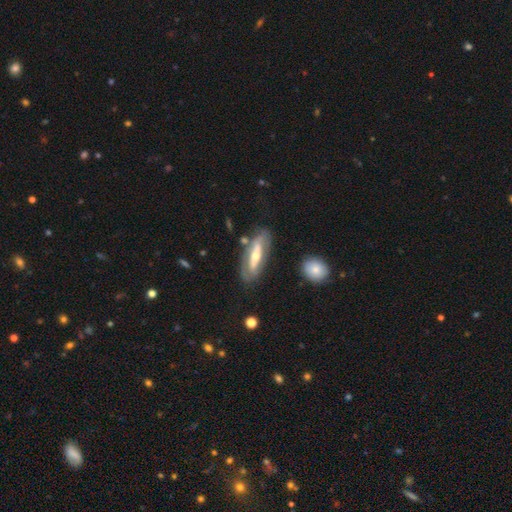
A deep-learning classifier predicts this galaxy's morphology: The model was most divided on "edge-on disk": no: 68%, yes: 32%. More confident: merging — none (74%); smooth or featured — featured or disk (68%).